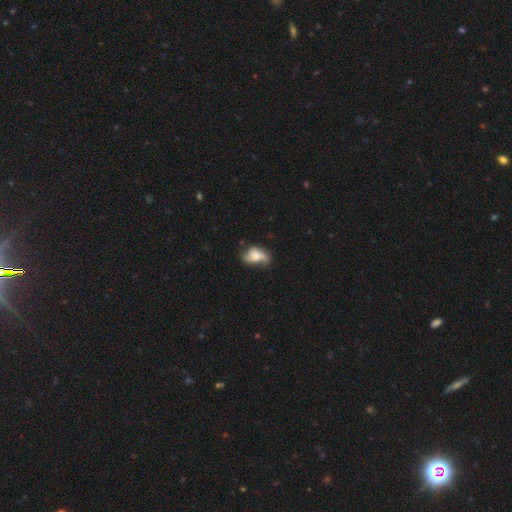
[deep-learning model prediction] Morphology: type=featured or disk (59%); edge-on=no (96%); bar=no (60%); spiral arms=yes (89%); winding=loose (60%); arm count=2 (71%); bulge=moderate (33%); merging=none (59%).